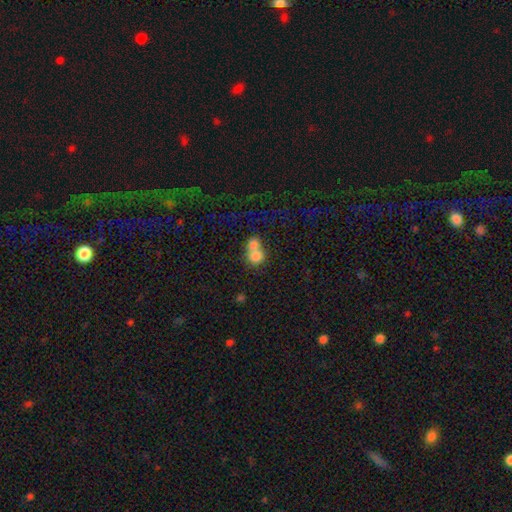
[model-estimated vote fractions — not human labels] This is likely a smooth galaxy (77%). How rounded: likely round (75%). Merging: likely merger (68%).